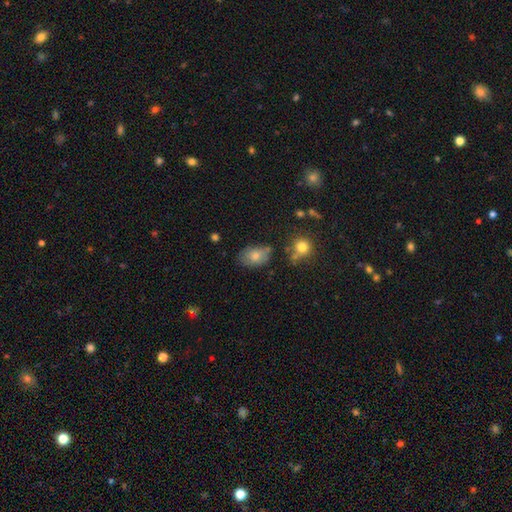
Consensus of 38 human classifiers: Volunteers were most divided on "merging": none: 67%, minor disturbance: 25%, merger: 6%, major disturbance: 3%. More confident: smooth or featured — smooth (89%); how rounded — in between (82%).